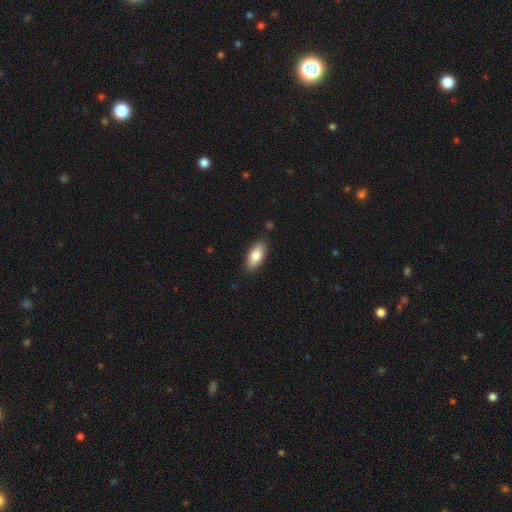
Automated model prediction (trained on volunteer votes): The model was most divided on "smooth or featured": smooth: 82%, featured or disk: 12%, star or artifact: 6%. More confident: how rounded — in between (86%); merging — none (86%).